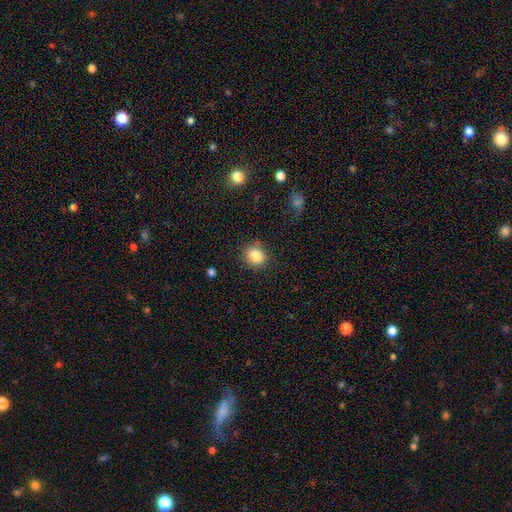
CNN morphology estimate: smooth 84%, star or artifact 10%, featured or disk 5%. Down the decision tree: how rounded — round (69%); merging — none (81%).